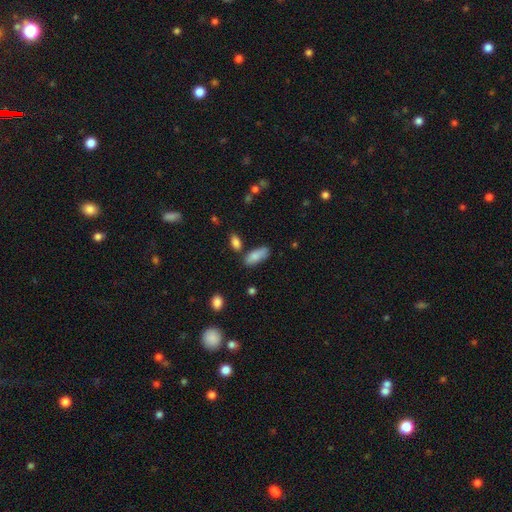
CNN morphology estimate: Smooth or featured?
  - smooth: 84% *
  - featured or disk: 9%
  - star or artifact: 7%
How rounded?
  - in between: 81% *
  - cigar-shaped: 17%
  - round: 2%
Merging?
  - none: 69% *
  - minor disturbance: 19%
  - merger: 8%
  - major disturbance: 4%